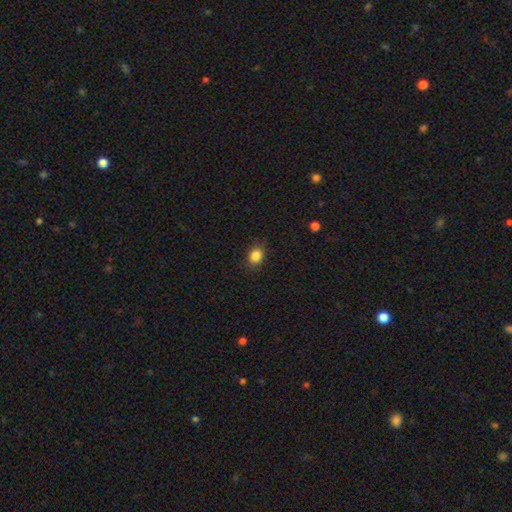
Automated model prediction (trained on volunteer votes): Smooth or featured? smooth (85%)
How rounded? round (54%)
Merging? none (84%)